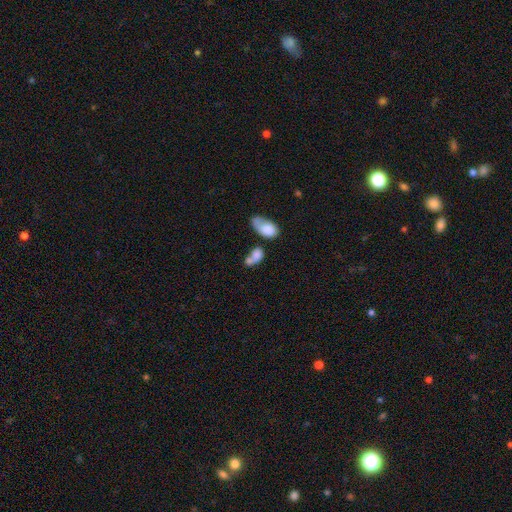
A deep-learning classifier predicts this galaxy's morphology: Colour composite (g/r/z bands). It shows a smooth galaxy with no disk features (75%) that is in between round and cigar-shaped (79%). Merging: merger (54%).